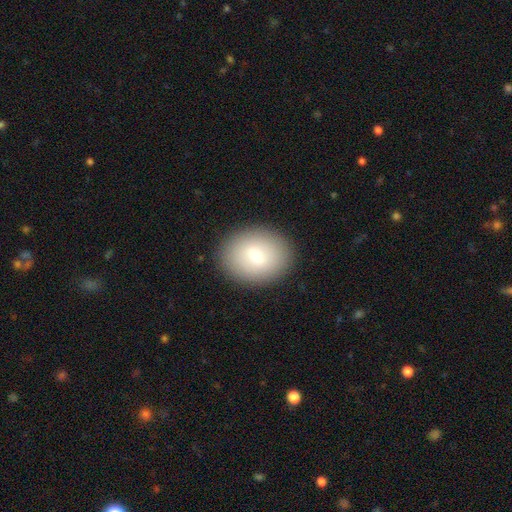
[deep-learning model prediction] A smooth galaxy with no disk features (72%) that is in between round and cigar-shaped (50%). Merging: none (89%).